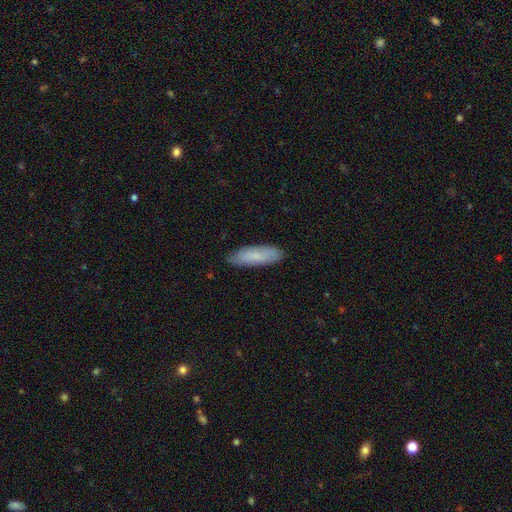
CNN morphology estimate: The model was most divided on "how rounded": in between: 50%, cigar-shaped: 49%, round: 2%. More confident: merging — none (83%); smooth or featured — smooth (77%).